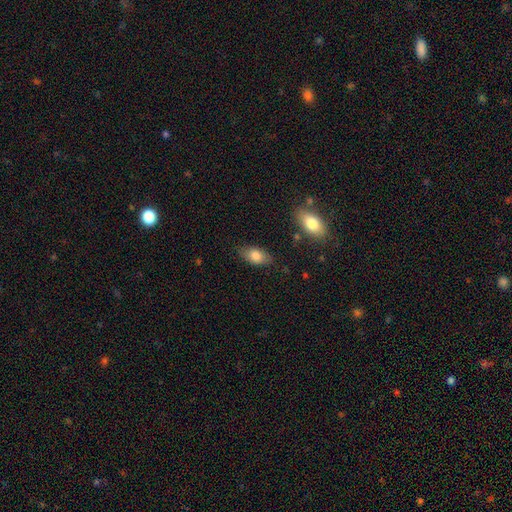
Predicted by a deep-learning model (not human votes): The model was most divided on "merging": none: 80%, minor disturbance: 15%, major disturbance: 3%, merger: 2%. More confident: how rounded — in between (89%); smooth or featured — smooth (79%).